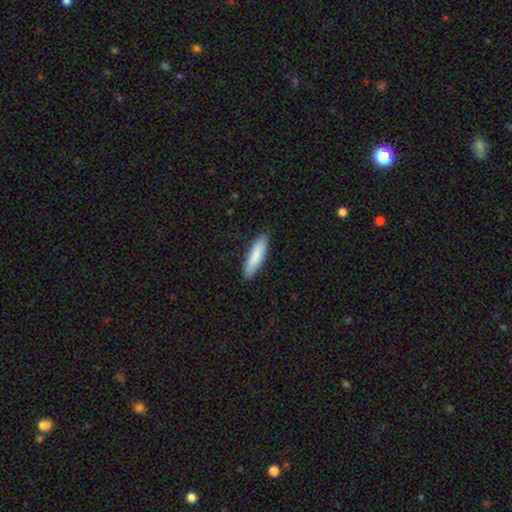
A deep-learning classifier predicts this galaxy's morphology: smooth-or-featured: smooth: 84% | featured or disk: 11% | star or artifact: 5%
  how-rounded: cigar-shaped: 72% | in between: 27% | round: 1%
  merging: none: 88% | minor disturbance: 9% | major disturbance: 2% | merger: 1%